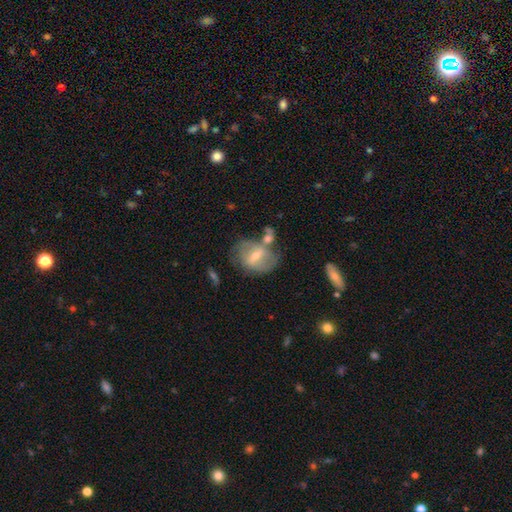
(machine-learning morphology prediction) A featured or disk galaxy (59%) with a weak bar (45%), spiral arms (58%) and a small central bulge (48%). Merging: none (49%).